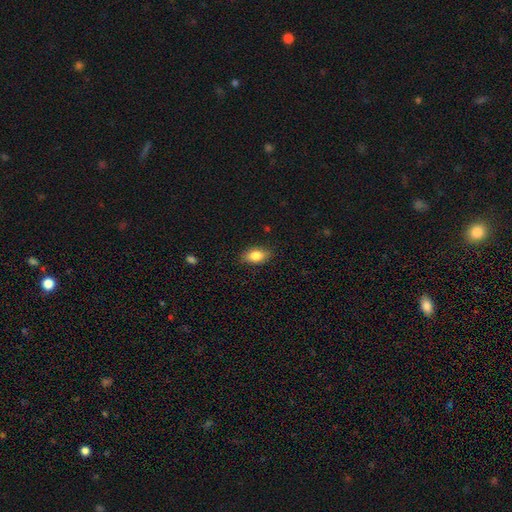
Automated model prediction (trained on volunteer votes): A smooth galaxy with no disk features (83%) that is in between round and cigar-shaped (88%).

Vote fractions:
- Smooth or featured? smooth: 83% / featured or disk: 9% / star or artifact: 8%
- How rounded? in between: 88% / round: 8% / cigar-shaped: 4%
- Merging? none: 86% / minor disturbance: 11% / major disturbance: 2% / merger: 1%